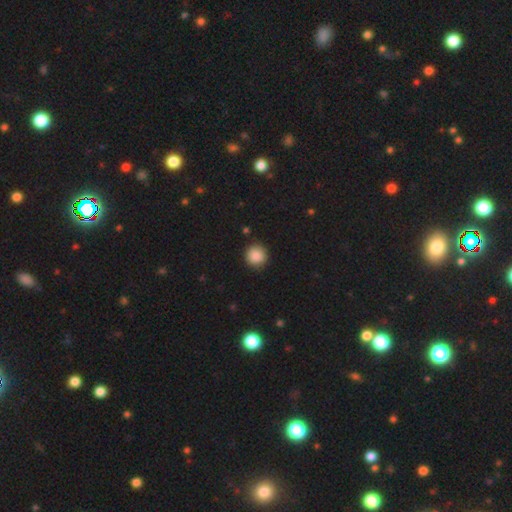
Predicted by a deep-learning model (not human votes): Smooth or featured? smooth (88%)
How rounded? round (94%)
Merging? none (90%)